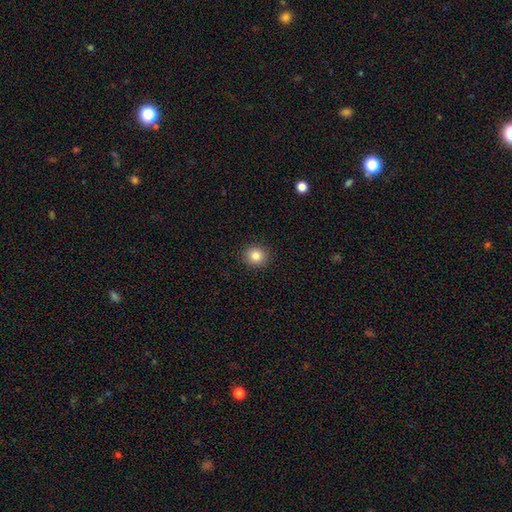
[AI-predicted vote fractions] Smooth or featured: smooth — 84% (star or artifact — 10%)
How rounded: round — 87% (in between — 13%)
Merging: none — 91% (minor disturbance — 6%)